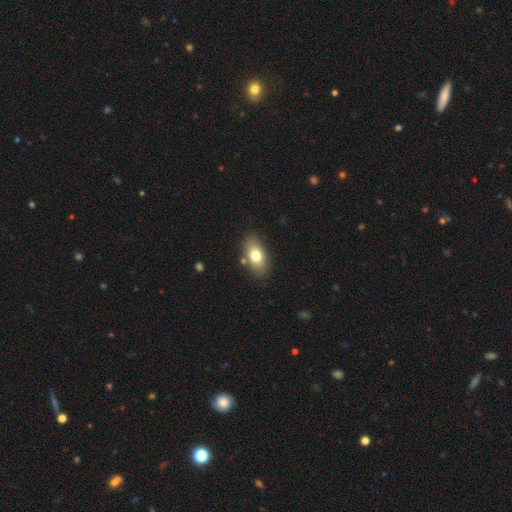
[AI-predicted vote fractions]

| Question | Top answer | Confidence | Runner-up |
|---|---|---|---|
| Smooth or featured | smooth | 74% | featured or disk (18%) |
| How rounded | in between | 89% | round (8%) |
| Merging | none | 81% | minor disturbance (12%) |